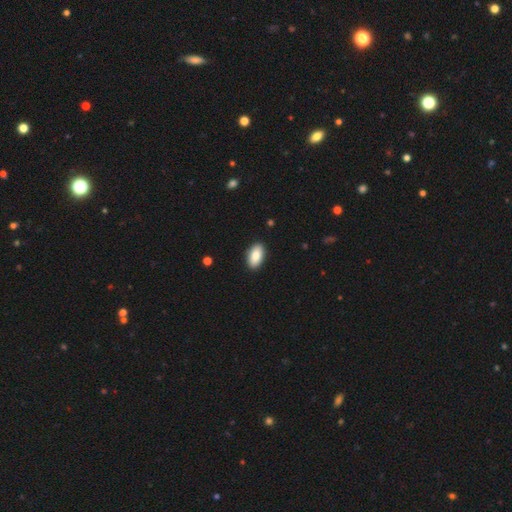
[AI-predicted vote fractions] Q: Smooth or featured?
A: smooth (87%); runner-up: featured or disk (7%)
Q: How rounded?
A: in between (94%); runner-up: round (3%)
Q: Merging?
A: none (91%); runner-up: minor disturbance (7%)